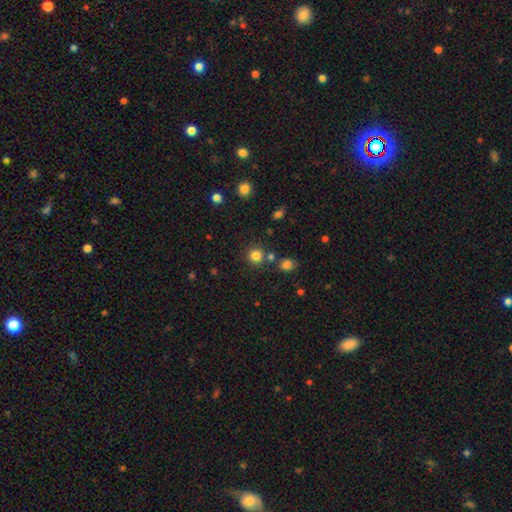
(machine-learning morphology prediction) This appears to be a smooth galaxy with no disk features (82%) that is round (93%). Merging: none (80%).